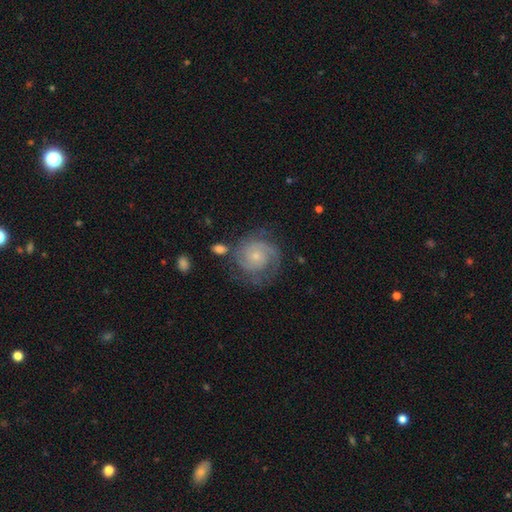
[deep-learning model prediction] Overall: featured or disk (83%). Edge-on disk: no (98%). Bar: no (78%). Spiral arms: yes (96%). Spiral arm count: 2 (54%; can't tell 17%). Spiral winding: tight (66%; medium 27%). Bulge size: small (74%). Merging: none (70%).